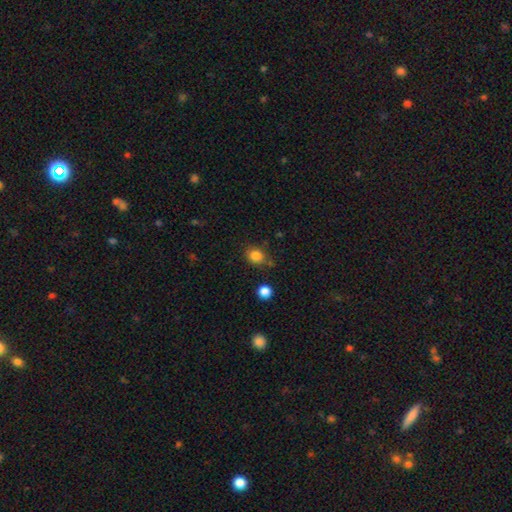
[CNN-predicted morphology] type=smooth (84%); roundness=round (60%); merging=none (74%).